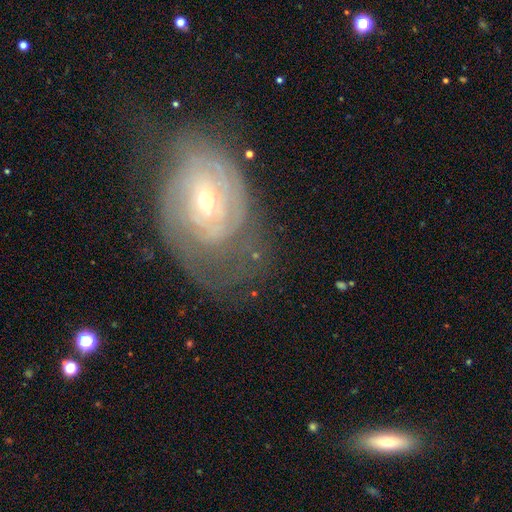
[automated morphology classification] Smooth or featured: featured or disk — 74% (smooth — 17%)
Edge-on disk: no — 95% (yes — 5%)
Bar: no — 55% (weak — 31%)
Spiral arms: yes — 80% (no — 20%)
Spiral winding: tight — 72% (medium — 20%)
Spiral arm count: can't tell — 49% (2 — 19%)
Bulge size: small — 61% (moderate — 35%)
Merging: none — 54% (minor disturbance — 21%)